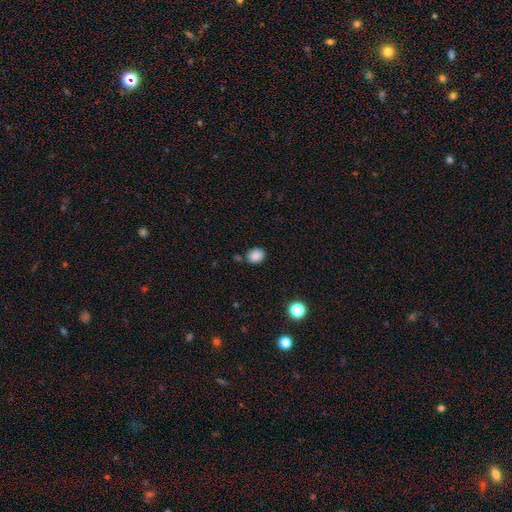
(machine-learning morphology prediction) A smooth galaxy with no disk features (86%) that is round (53%).

Vote fractions:
- Smooth or featured? smooth: 86% / star or artifact: 10% / featured or disk: 4%
- How rounded? round: 53% / in between: 46% / cigar-shaped: 1%
- Merging? none: 78% / minor disturbance: 13% / merger: 6% / major disturbance: 3%